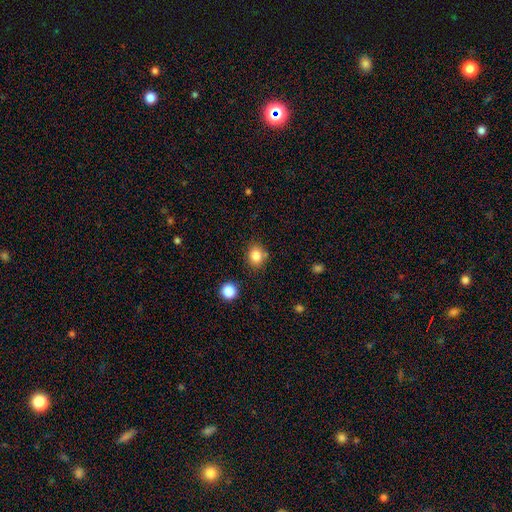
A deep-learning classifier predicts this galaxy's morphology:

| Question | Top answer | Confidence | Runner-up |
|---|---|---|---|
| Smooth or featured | smooth | 83% | star or artifact (11%) |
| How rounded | round | 73% | in between (26%) |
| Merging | none | 78% | minor disturbance (14%) |